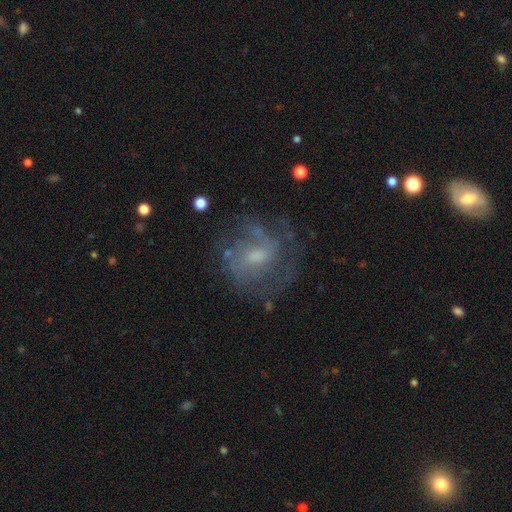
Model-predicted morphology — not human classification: type=featured or disk (70%); edge-on=no (97%); bar=weak (46%, tied with no); spiral arms=yes (80%); winding=medium (44%); arm count=can't tell (38%); bulge=moderate (43%); merging=none (63%).